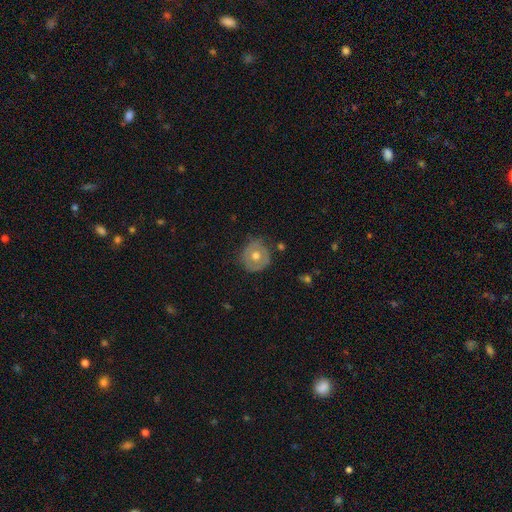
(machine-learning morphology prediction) Smooth or featured?
  - smooth: 48% *
  - featured or disk: 45%
  - star or artifact: 7%
Merging?
  - none: 79% *
  - minor disturbance: 16%
  - major disturbance: 4%
  - merger: 2%